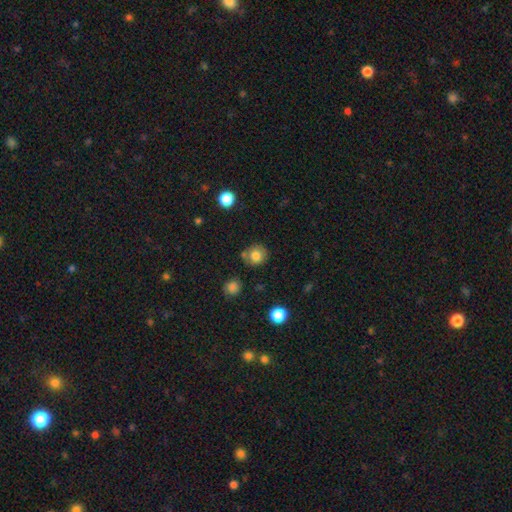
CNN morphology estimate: smooth_or_featured: smooth (p=0.81) [alt: star or artifact p=0.11]
how_rounded: round (p=0.85) [alt: in between p=0.14]
merging: none (p=0.74) [alt: minor disturbance p=0.13]